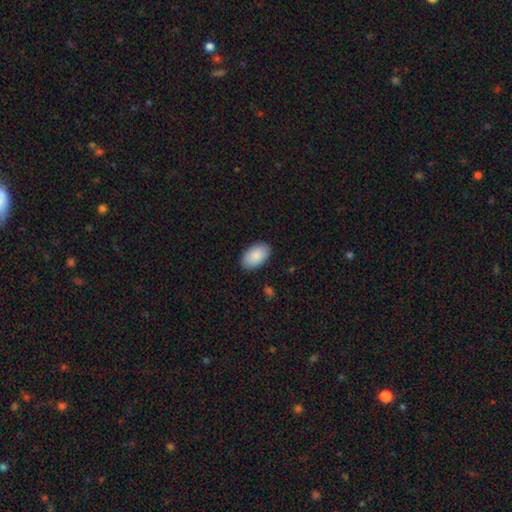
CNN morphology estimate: type=smooth (88%); roundness=in between (95%); merging=none (88%).